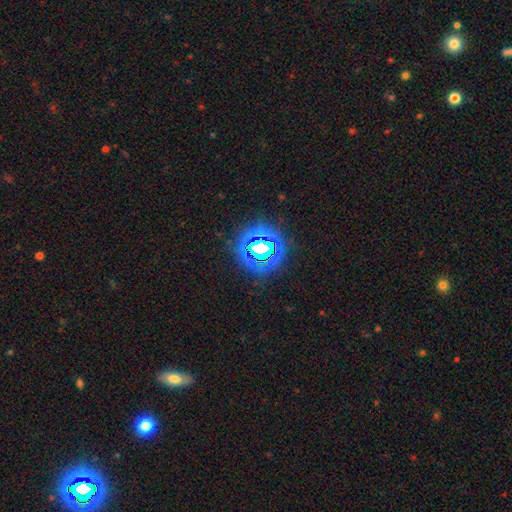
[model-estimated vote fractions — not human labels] Smooth or featured? star or artifact (71%)